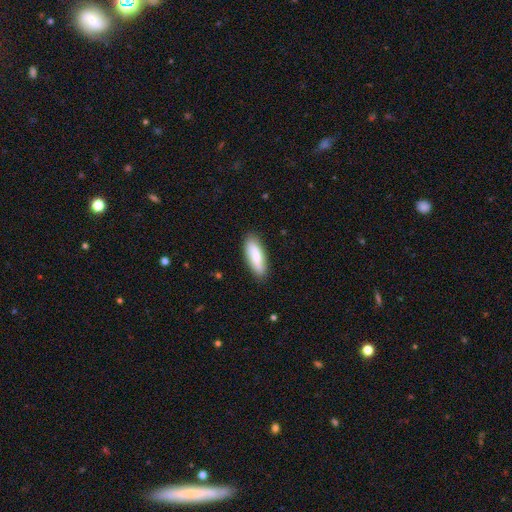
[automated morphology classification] Smooth or featured? smooth (74%)
How rounded? in between (59%)
Merging? none (86%)